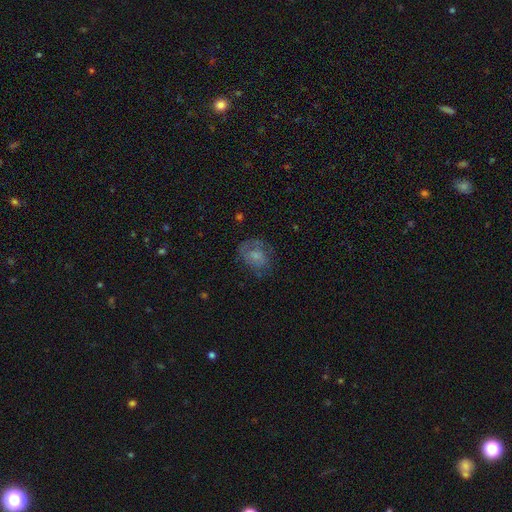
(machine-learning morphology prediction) smooth_or_featured: smooth (p=0.53) [alt: featured or disk p=0.37]
how_rounded: in between (p=0.58) [alt: round p=0.41]
merging: none (p=0.55) [alt: minor disturbance p=0.24]